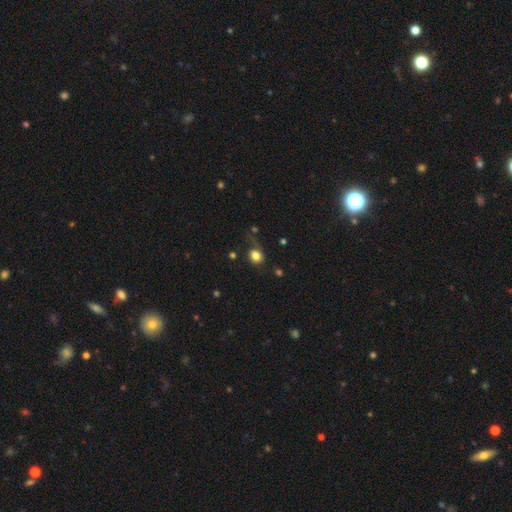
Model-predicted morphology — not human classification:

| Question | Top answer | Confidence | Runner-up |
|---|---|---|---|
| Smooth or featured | smooth | 80% | star or artifact (11%) |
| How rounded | round | 66% | in between (33%) |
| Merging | none | 60% | minor disturbance (23%) |